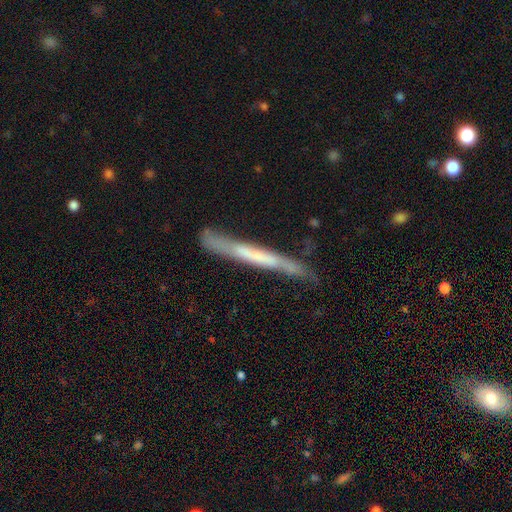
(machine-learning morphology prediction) This appears to be a featured or disk galaxy (53%) viewed edge-on (89%). Merging: none (68%).